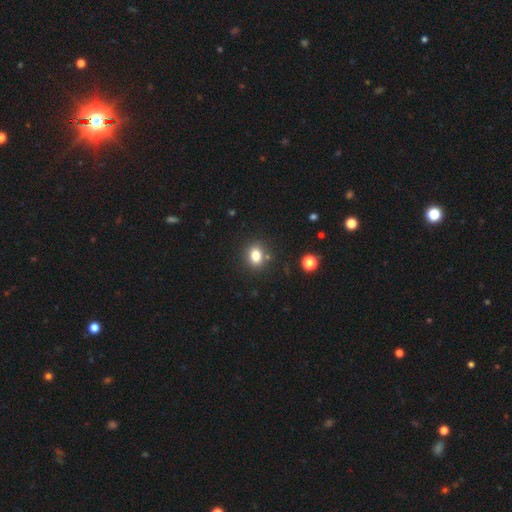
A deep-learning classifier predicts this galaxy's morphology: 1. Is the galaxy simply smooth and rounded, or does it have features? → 80% smooth, 12% star or artifact, 8% featured or disk.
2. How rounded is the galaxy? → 56% round, 43% in between, 1% cigar-shaped.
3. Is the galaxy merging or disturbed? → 82% none, 10% minor disturbance, 6% merger, 3% major disturbance.